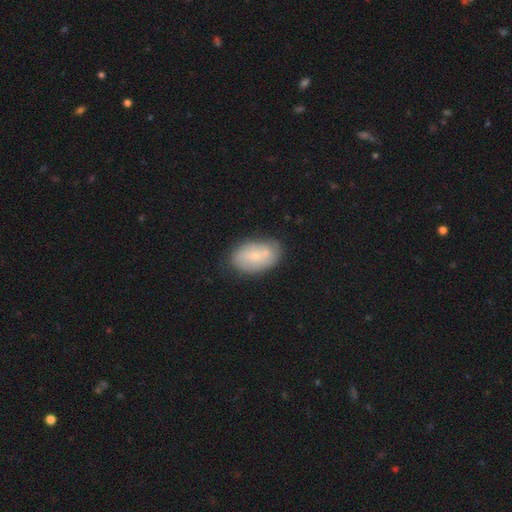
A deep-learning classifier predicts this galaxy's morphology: A smooth galaxy with no disk features (59%) that is in between round and cigar-shaped (91%).

Vote fractions:
- Smooth or featured? smooth: 59% / featured or disk: 33% / star or artifact: 8%
- How rounded? in between: 91% / round: 7% / cigar-shaped: 2%
- Merging? none: 65% / minor disturbance: 20% / merger: 10% / major disturbance: 5%